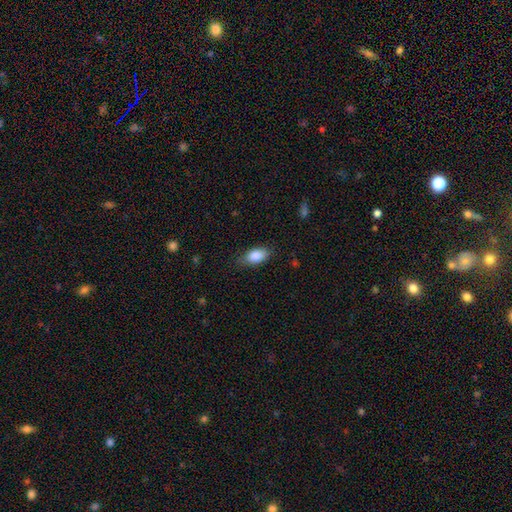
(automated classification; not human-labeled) Smooth or featured?
  - smooth: 86% *
  - featured or disk: 7%
  - star or artifact: 7%
How rounded?
  - in between: 89% *
  - round: 6%
  - cigar-shaped: 5%
Merging?
  - none: 77% *
  - minor disturbance: 18%
  - major disturbance: 4%
  - merger: 1%